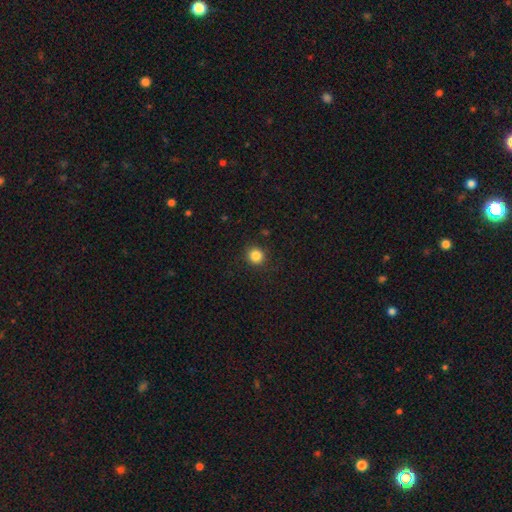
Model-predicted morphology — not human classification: Q: Smooth or featured?
A: smooth (85%); runner-up: star or artifact (11%)
Q: How rounded?
A: round (91%); runner-up: in between (8%)
Q: Merging?
A: none (89%); runner-up: minor disturbance (7%)